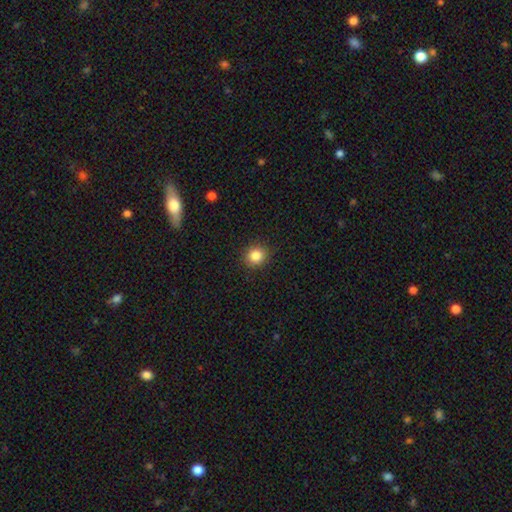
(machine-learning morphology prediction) The model was most divided on "smooth or featured": smooth: 84%, star or artifact: 11%, featured or disk: 5%. More confident: merging — none (89%); how rounded — round (86%).